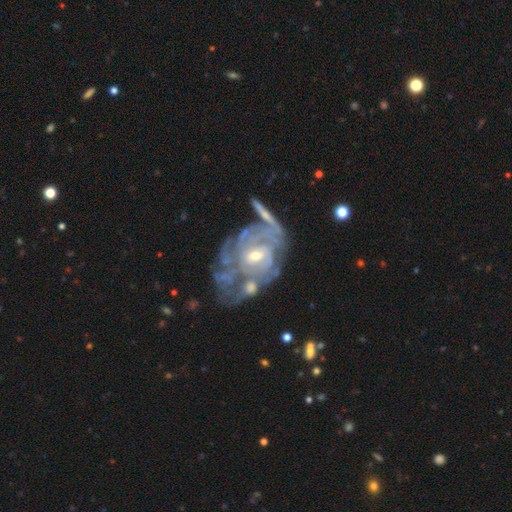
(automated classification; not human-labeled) Morphology: type=featured or disk (83%); edge-on=no (96%); bar=no (53%); spiral arms=yes (82%); winding=tight (61%); arm count=can't tell (52%); bulge=small (54%); merging=none (38%).